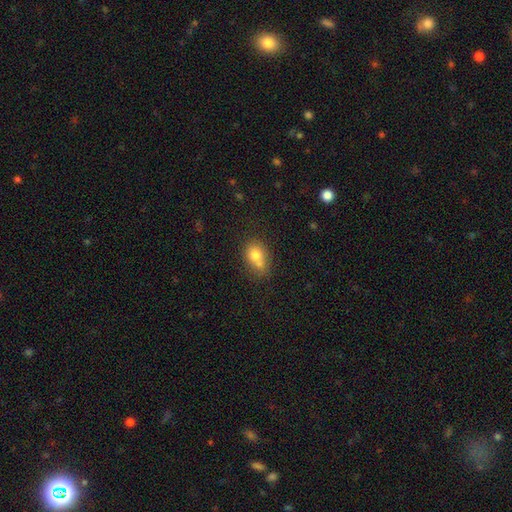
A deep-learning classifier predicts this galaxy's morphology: smooth_or_featured: smooth (p=0.74) [alt: featured or disk p=0.16]
how_rounded: in between (p=0.56) [alt: round p=0.42]
merging: merger (p=0.46) [alt: none p=0.36]